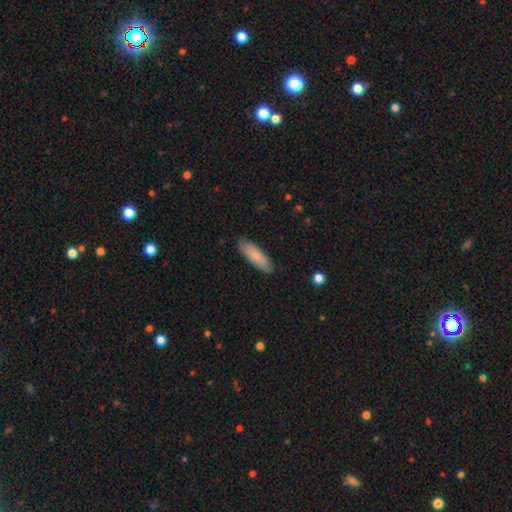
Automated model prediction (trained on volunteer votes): Smooth or featured? smooth (80%)
How rounded? in between (50%)
Merging? none (86%)